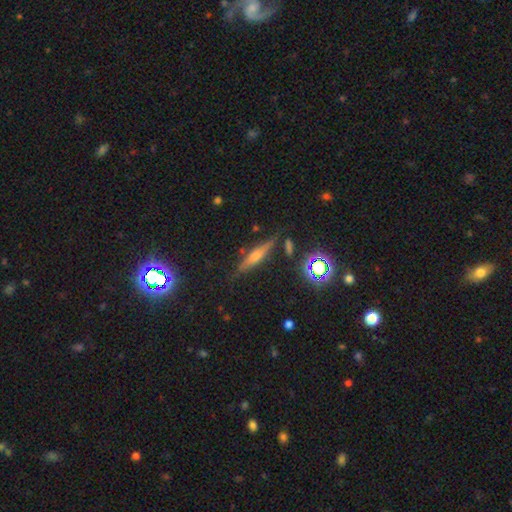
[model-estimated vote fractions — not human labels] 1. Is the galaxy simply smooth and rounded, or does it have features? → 55% featured or disk, 28% smooth, 17% star or artifact.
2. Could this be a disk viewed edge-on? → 94% yes, 6% no.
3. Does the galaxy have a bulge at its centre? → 79% rounded, 11% boxy, 10% none.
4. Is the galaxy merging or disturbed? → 84% none, 10% minor disturbance, 3% merger, 3% major disturbance.